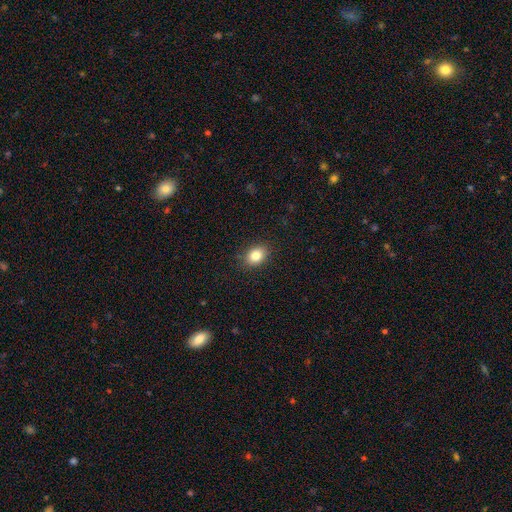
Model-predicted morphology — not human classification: smooth_or_featured: smooth (p=0.83) [alt: star or artifact p=0.10]
how_rounded: in between (p=0.58) [alt: round p=0.41]
merging: none (p=0.88) [alt: minor disturbance p=0.09]